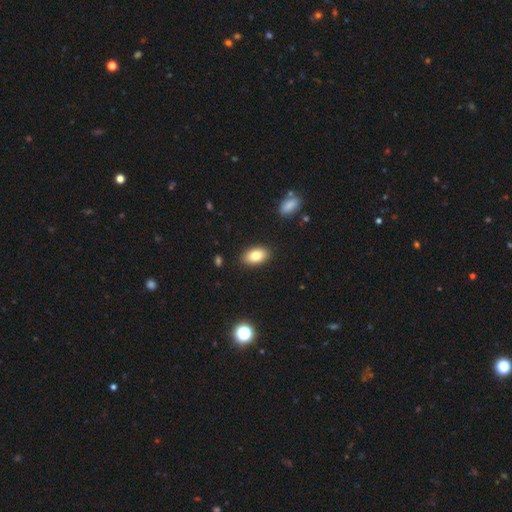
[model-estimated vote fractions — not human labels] smooth 83%, featured or disk 9%, star or artifact 8%. Down the decision tree: how rounded — in between (92%); merging — none (88%).